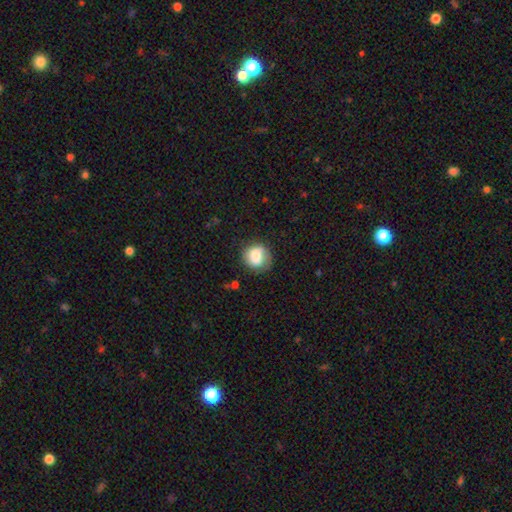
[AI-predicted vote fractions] smooth-or-featured: smooth: 75% | featured or disk: 17% | star or artifact: 8%
  how-rounded: round: 77% | in between: 22% | cigar-shaped: 1%
  merging: none: 73% | minor disturbance: 19% | major disturbance: 6% | merger: 2%